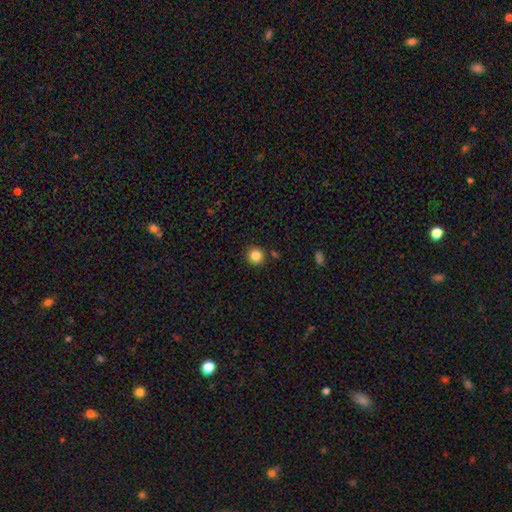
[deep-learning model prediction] A smooth galaxy with no disk features (85%) that is round (93%). Merging: none (88%).